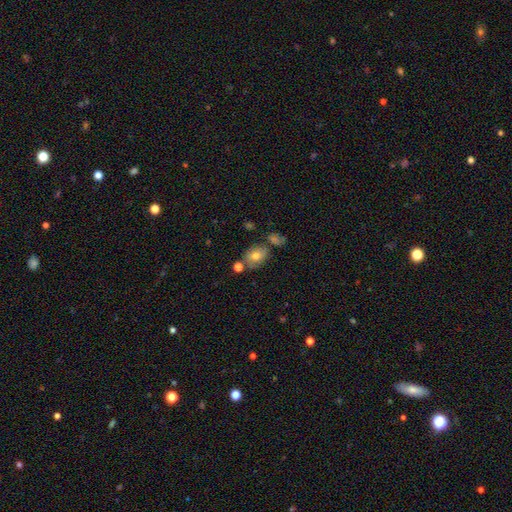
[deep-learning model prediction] Smooth or featured? smooth (67%)
How rounded? in between (62%)
Merging? none (59%)